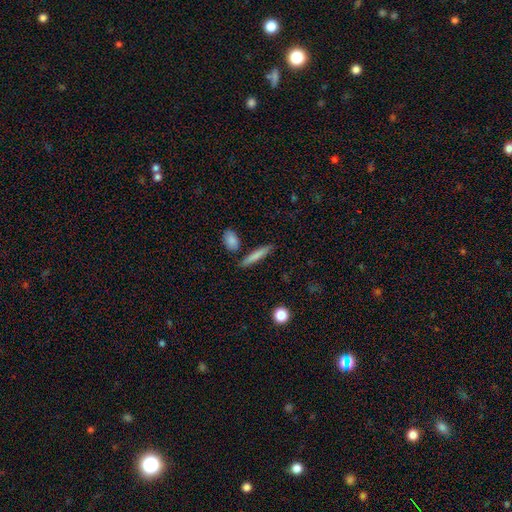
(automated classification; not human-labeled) Smooth or featured?
  - smooth: 77% *
  - featured or disk: 17%
  - star or artifact: 6%
How rounded?
  - cigar-shaped: 85% *
  - in between: 12%
  - round: 3%
Merging?
  - none: 83% *
  - minor disturbance: 10%
  - merger: 5%
  - major disturbance: 2%